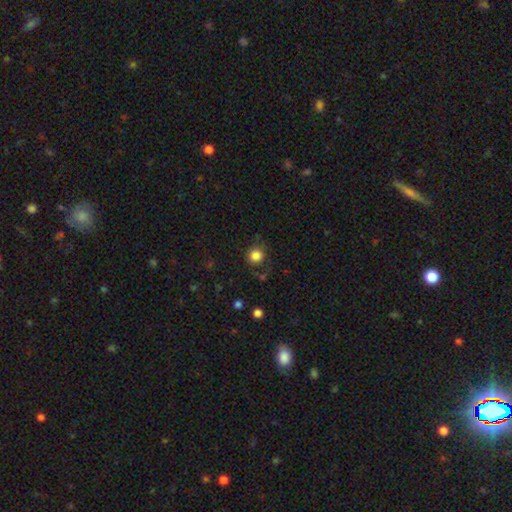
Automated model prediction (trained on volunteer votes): Smooth or featured: smooth — 84% (star or artifact — 11%)
How rounded: round — 90% (in between — 9%)
Merging: none — 80% (minor disturbance — 13%)